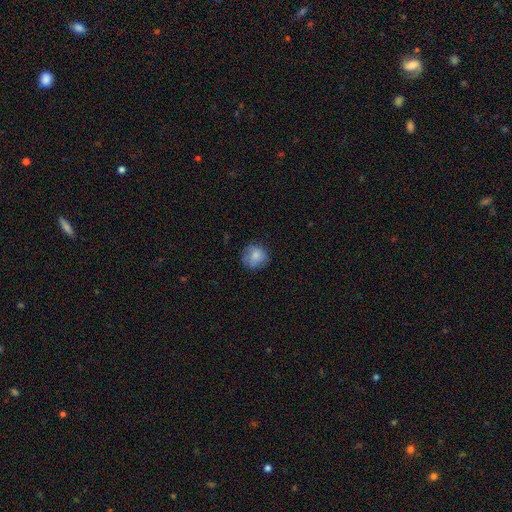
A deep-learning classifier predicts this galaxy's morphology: The model was most divided on "merging": none: 75%, minor disturbance: 19%, major disturbance: 6%, merger: 1%. More confident: how rounded — round (86%); smooth or featured — smooth (80%).